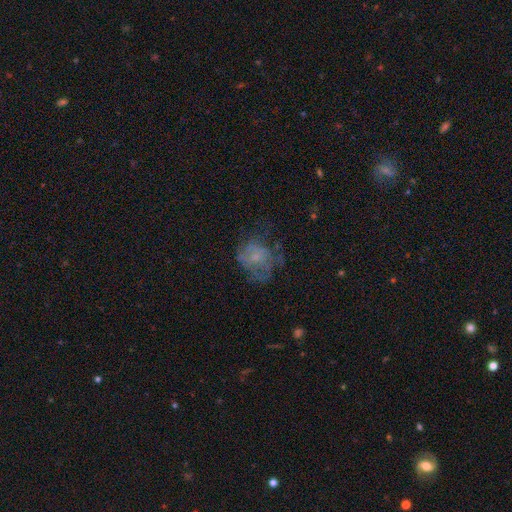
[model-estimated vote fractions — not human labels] The model was most divided on "smooth or featured": featured or disk: 46%, smooth: 41%, star or artifact: 13%. Remaining: merging — none (41%).